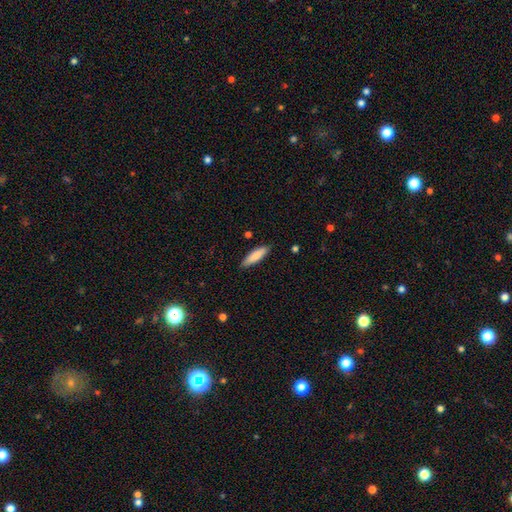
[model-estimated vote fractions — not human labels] This appears to be a smooth galaxy with no disk features (84%) that is cigar-shaped (63%). Merging: none (86%).